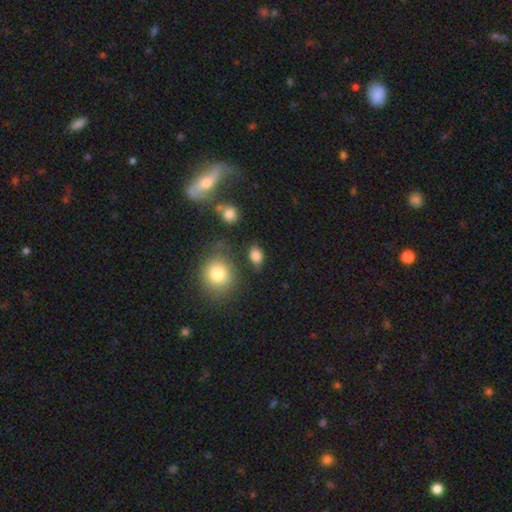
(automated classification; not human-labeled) smooth_or_featured: smooth (p=0.82) [alt: star or artifact p=0.11]
how_rounded: in between (p=0.75) [alt: round p=0.22]
merging: none (p=0.72) [alt: minor disturbance p=0.16]